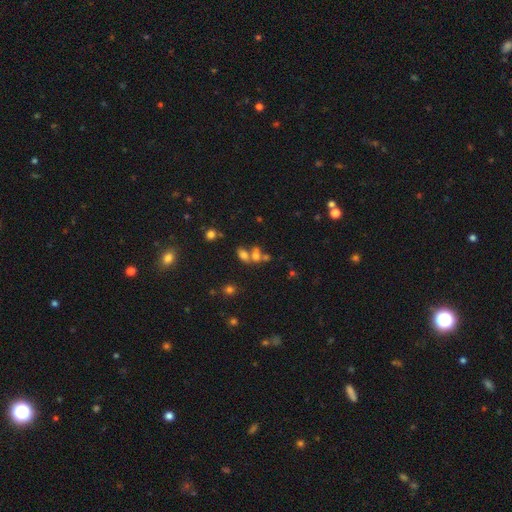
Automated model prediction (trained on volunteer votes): Smooth or featured: smooth — 62% (featured or disk — 19%)
How rounded: in between — 68% (round — 28%)
Merging: merger — 56% (none — 30%)